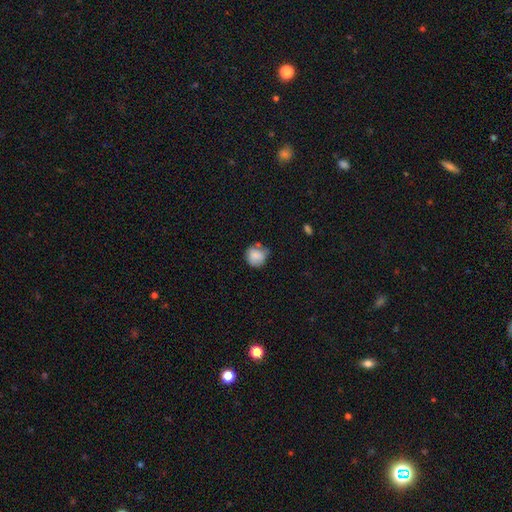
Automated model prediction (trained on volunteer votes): smooth_or_featured: smooth (p=0.82) [alt: featured or disk p=0.09]
how_rounded: round (p=0.85) [alt: in between p=0.14]
merging: none (p=0.59) [alt: minor disturbance p=0.28]